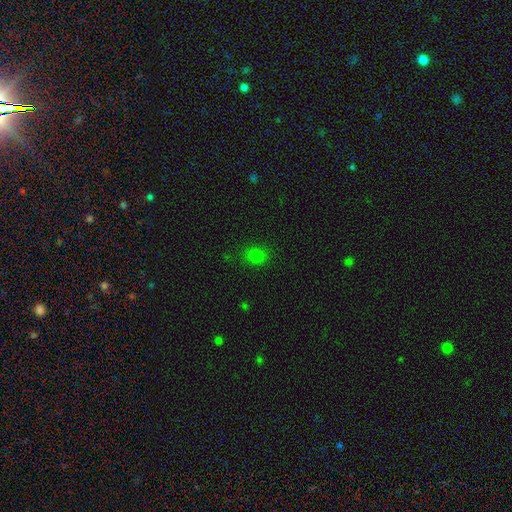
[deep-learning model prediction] Morphology: type=smooth (76%); roundness=round (69%); merging=none (85%).